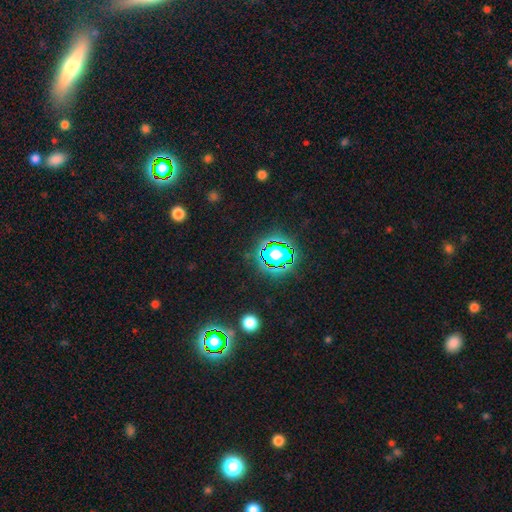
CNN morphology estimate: The model was most divided on "smooth or featured": star or artifact: 80%, smooth: 13%, featured or disk: 7%.